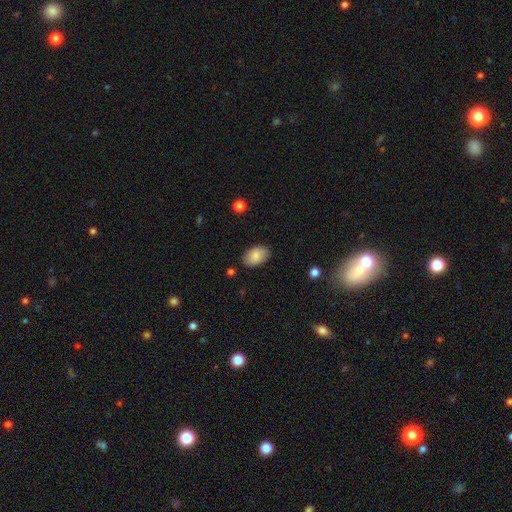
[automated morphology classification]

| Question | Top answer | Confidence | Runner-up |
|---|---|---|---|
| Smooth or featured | smooth | 86% | featured or disk (7%) |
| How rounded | in between | 92% | round (7%) |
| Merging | none | 87% | minor disturbance (10%) |